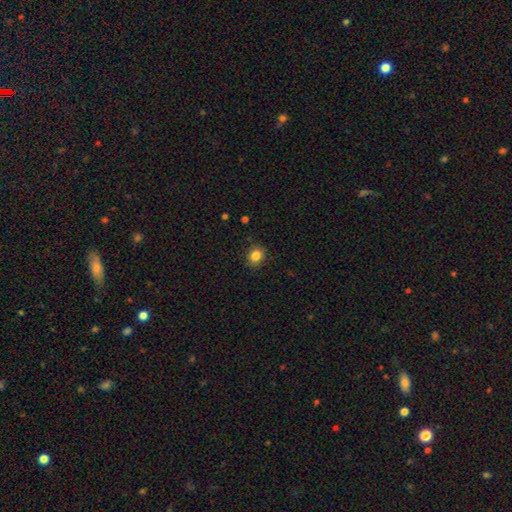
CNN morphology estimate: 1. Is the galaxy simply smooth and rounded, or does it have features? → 85% smooth, 11% star or artifact, 5% featured or disk.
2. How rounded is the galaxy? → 66% round, 33% in between, 1% cigar-shaped.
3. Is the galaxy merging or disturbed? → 87% none, 10% minor disturbance, 3% major disturbance, 1% merger.